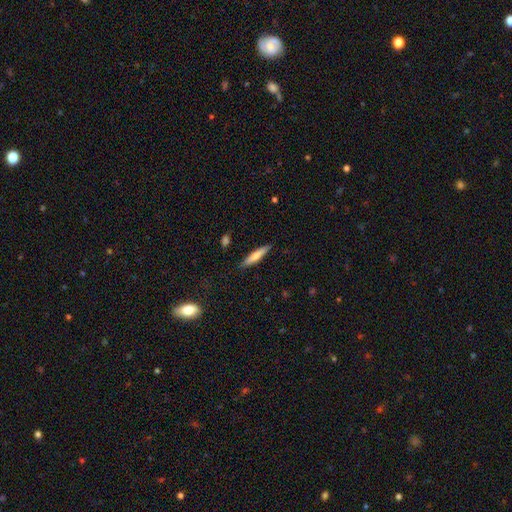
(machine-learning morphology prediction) smooth_or_featured: smooth (p=0.62) [alt: featured or disk p=0.32]
how_rounded: cigar-shaped (p=0.87) [alt: in between p=0.11]
merging: none (p=0.87) [alt: minor disturbance p=0.09]